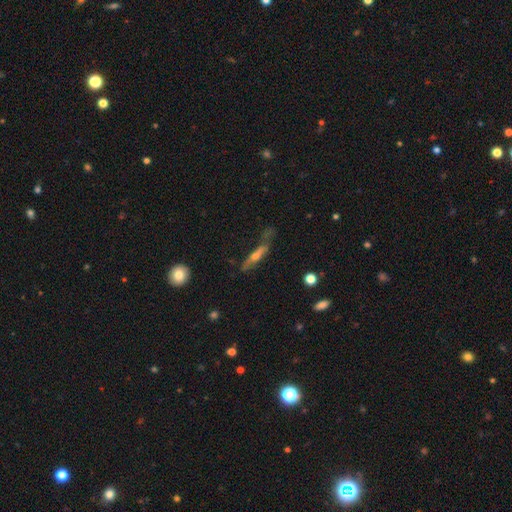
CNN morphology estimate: This appears to be a featured or disk galaxy (58%) viewed edge-on (84%). Merging: none (57%).